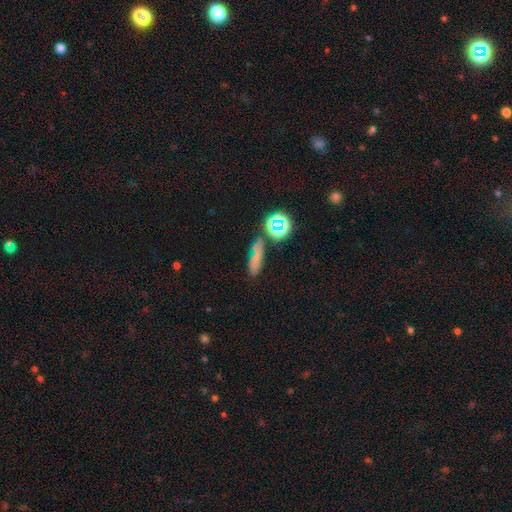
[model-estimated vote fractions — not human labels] smooth_or_featured: smooth (p=0.54) [alt: star or artifact p=0.29]
how_rounded: cigar-shaped (p=0.44) [alt: in between p=0.43]
merging: none (p=0.67) [alt: minor disturbance p=0.16]